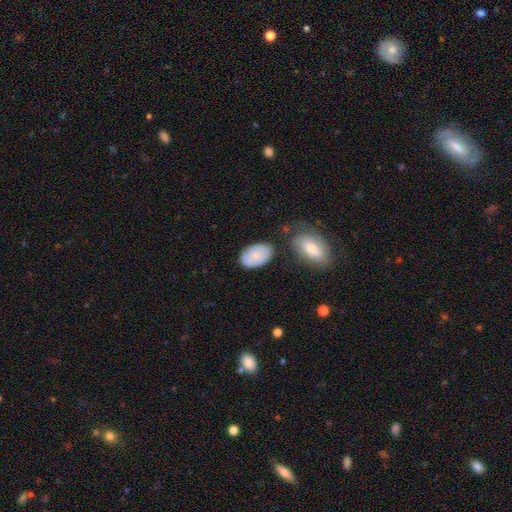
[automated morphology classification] smooth_or_featured: smooth (p=0.77) [alt: featured or disk p=0.17]
how_rounded: in between (p=0.93) [alt: round p=0.06]
merging: none (p=0.68) [alt: minor disturbance p=0.19]